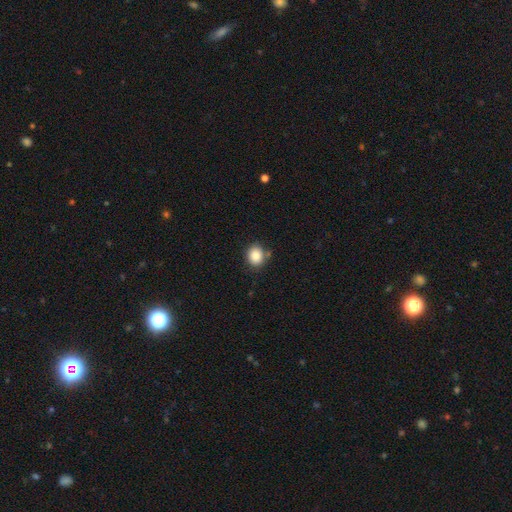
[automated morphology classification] Smooth or featured?
  - smooth: 86% *
  - star or artifact: 9%
  - featured or disk: 5%
How rounded?
  - round: 71% *
  - in between: 28%
  - cigar-shaped: 1%
Merging?
  - none: 80% *
  - minor disturbance: 12%
  - merger: 5%
  - major disturbance: 3%